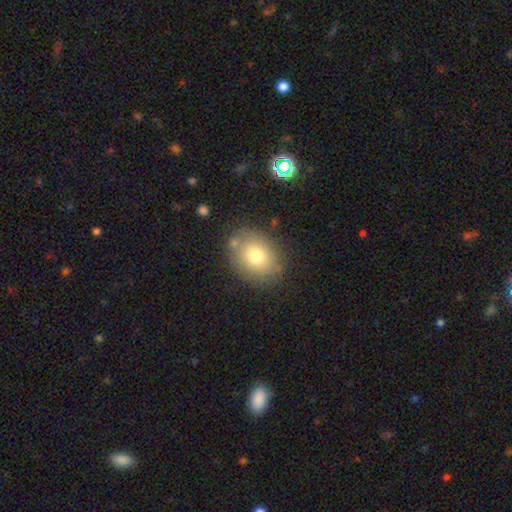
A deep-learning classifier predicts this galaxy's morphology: type=smooth (73%); roundness=in between (51%); merging=none (79%).